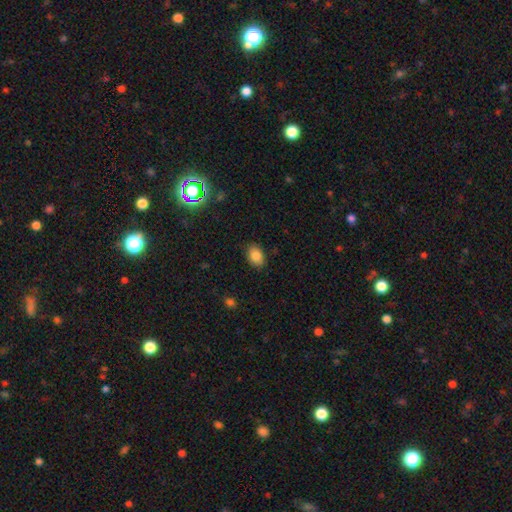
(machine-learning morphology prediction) Smooth or featured? smooth (84%)
How rounded? in between (82%)
Merging? none (86%)